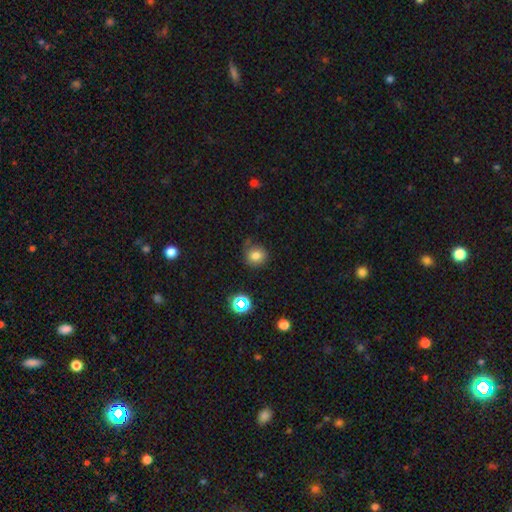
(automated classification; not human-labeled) smooth-or-featured: smooth: 76% | star or artifact: 15% | featured or disk: 9%
  how-rounded: round: 86% | in between: 13% | cigar-shaped: 1%
  merging: none: 66% | minor disturbance: 22% | major disturbance: 9% | merger: 3%